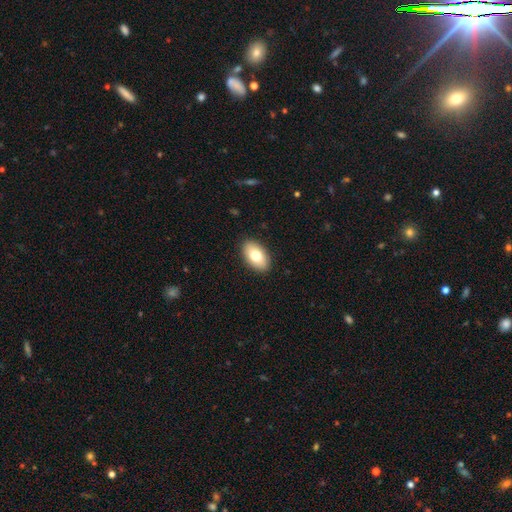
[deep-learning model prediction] Overall: smooth (77%). How rounded: in between (93%). Merging: none (89%).